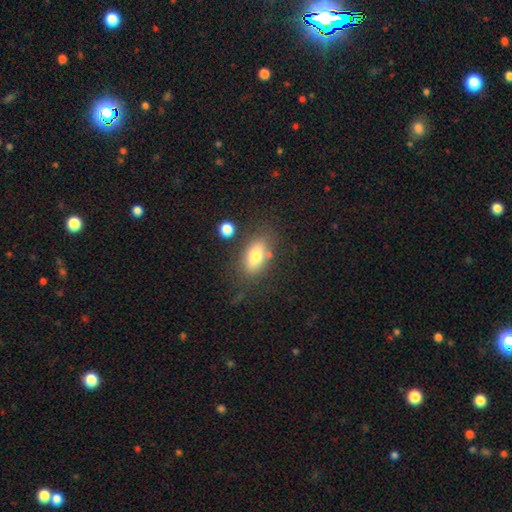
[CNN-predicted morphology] smooth 72%, featured or disk 19%, star or artifact 9%. Down the decision tree: how rounded — in between (84%); merging — none (73%).